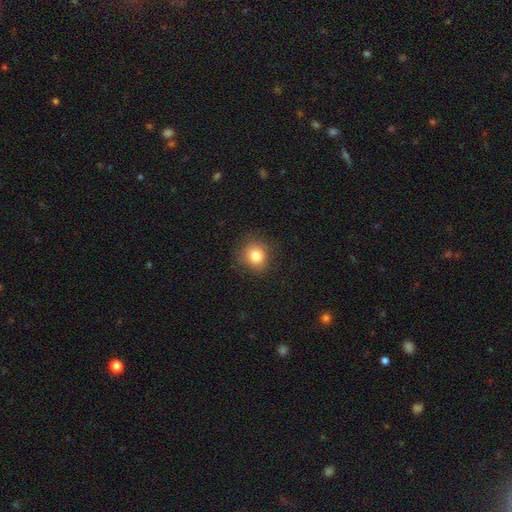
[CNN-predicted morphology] This appears to be a smooth galaxy with no disk features (81%) that is round (79%). Merging: none (84%).